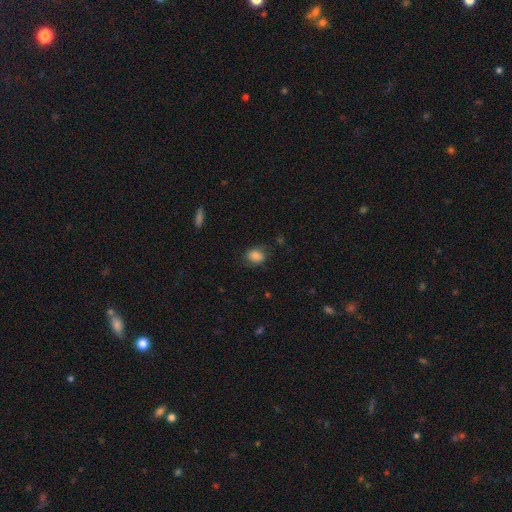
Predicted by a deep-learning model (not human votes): Smooth or featured?
  - smooth: 84% *
  - star or artifact: 9%
  - featured or disk: 7%
How rounded?
  - in between: 56% *
  - round: 42%
  - cigar-shaped: 1%
Merging?
  - none: 75% *
  - minor disturbance: 18%
  - major disturbance: 5%
  - merger: 1%